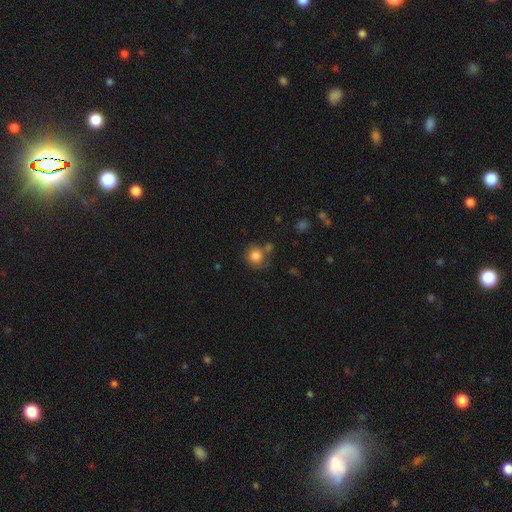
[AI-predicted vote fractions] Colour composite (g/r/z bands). It shows a smooth galaxy with no disk features (82%) that is round (87%). Merging: none (64%).